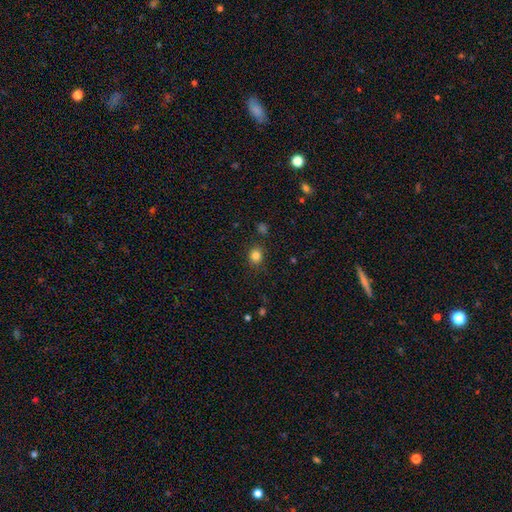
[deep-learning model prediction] Q: Smooth or featured?
A: smooth (83%); runner-up: star or artifact (12%)
Q: How rounded?
A: round (80%); runner-up: in between (19%)
Q: Merging?
A: none (85%); runner-up: minor disturbance (9%)